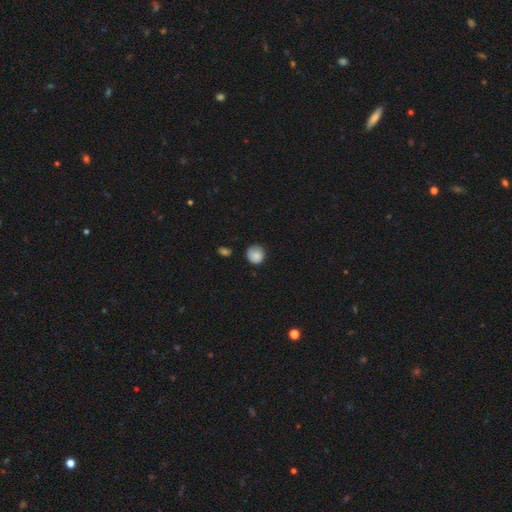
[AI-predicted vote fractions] Smooth or featured? smooth (83%)
How rounded? round (91%)
Merging? none (76%)